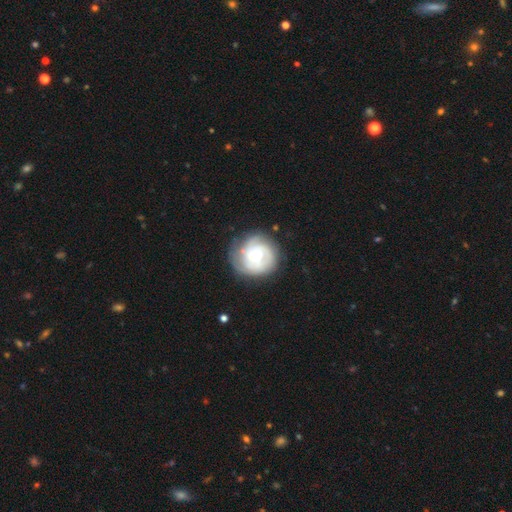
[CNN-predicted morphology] smooth_or_featured: featured or disk (p=0.69) [alt: smooth p=0.25]
disk_edge_on: no (p=0.98) [alt: yes p=0.02]
bar: no (p=0.54) [alt: weak p=0.39]
has_spiral_arms: yes (p=0.86) [alt: no p=0.14]
spiral_winding: tight (p=0.61) [alt: medium p=0.29]
spiral_arm_count: can't tell (p=0.36) [alt: 2 p=0.30]
bulge_size: moderate (p=0.54) [alt: small p=0.30]
merging: none (p=0.71) [alt: minor disturbance p=0.18]